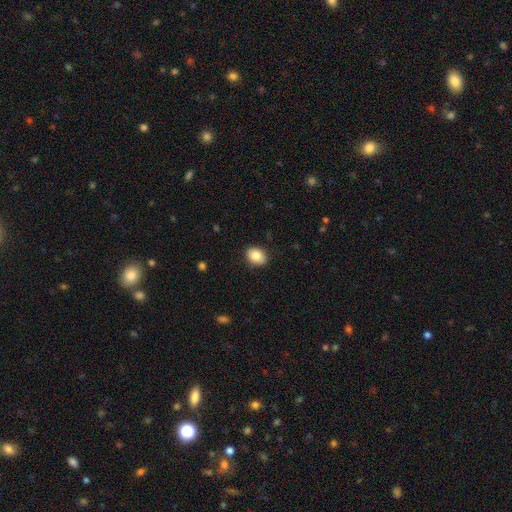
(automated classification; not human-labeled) smooth 85%, star or artifact 8%, featured or disk 7%. Down the decision tree: how rounded — in between (67%); merging — none (87%).